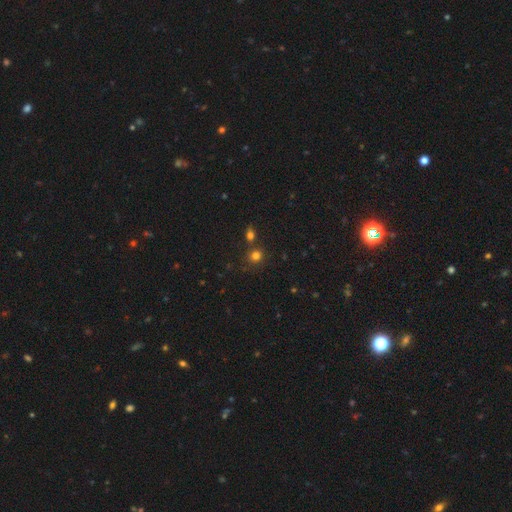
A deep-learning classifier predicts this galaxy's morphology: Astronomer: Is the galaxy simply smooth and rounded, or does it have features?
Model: smooth — 76%.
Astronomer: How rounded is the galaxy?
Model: round — 82%.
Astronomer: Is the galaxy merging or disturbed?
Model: none — 71%.